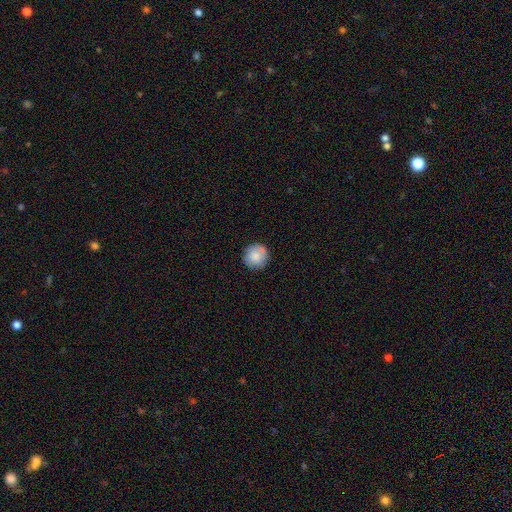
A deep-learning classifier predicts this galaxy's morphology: smooth 82%, featured or disk 10%, star or artifact 7%. Down the decision tree: how rounded — round (93%); merging — none (86%).